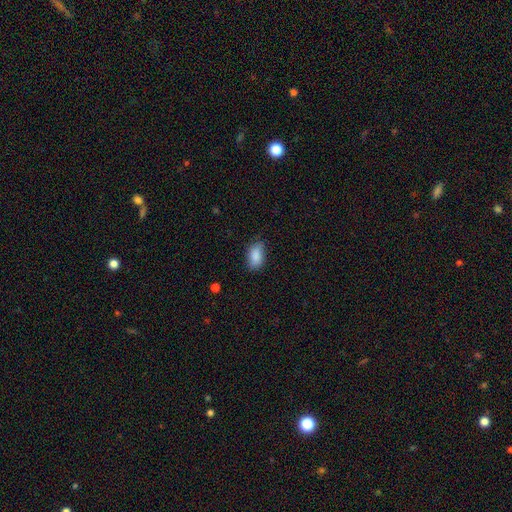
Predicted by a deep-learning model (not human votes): Smooth or featured: smooth — 87% (star or artifact — 7%)
How rounded: in between — 91% (round — 6%)
Merging: none — 75% (minor disturbance — 20%)